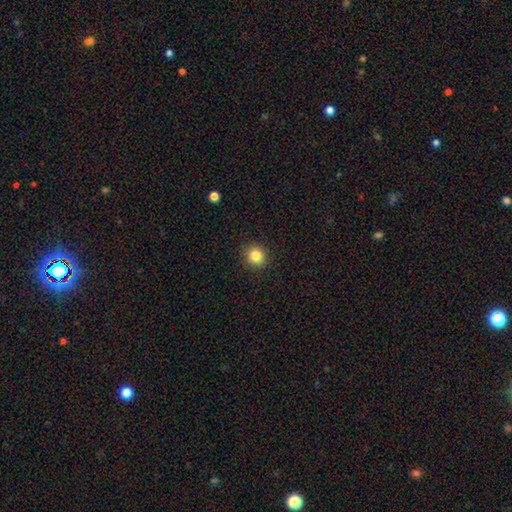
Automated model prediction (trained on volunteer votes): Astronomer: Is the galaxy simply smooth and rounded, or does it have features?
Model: smooth — 84%.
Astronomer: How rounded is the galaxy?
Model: round — 88%.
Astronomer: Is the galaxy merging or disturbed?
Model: none — 91%.